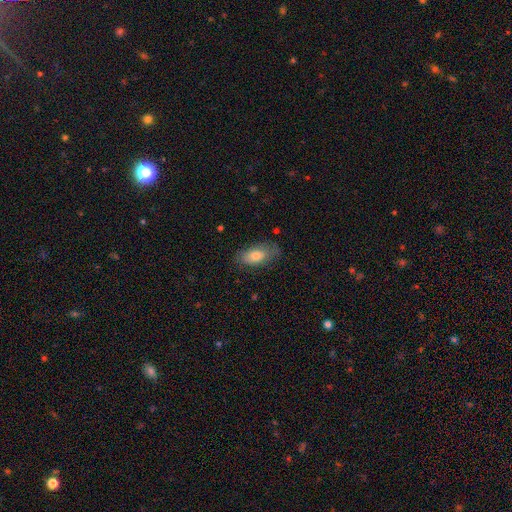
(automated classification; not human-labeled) This is likely a smooth galaxy (76%). How rounded: clearly in between (90%). Merging: likely none (75%).